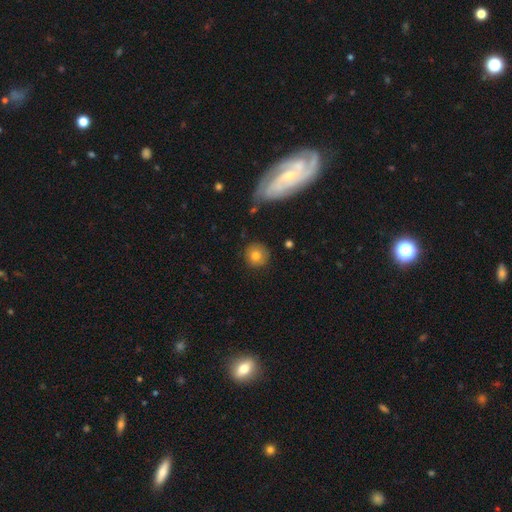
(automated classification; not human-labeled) This appears to be a smooth galaxy with no disk features (77%) that is round (92%). Merging: none (85%).